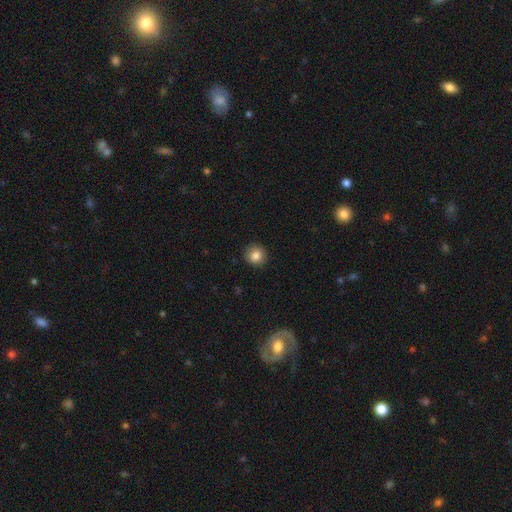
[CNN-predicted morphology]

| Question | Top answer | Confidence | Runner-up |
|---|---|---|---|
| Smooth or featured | smooth | 85% | star or artifact (10%) |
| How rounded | round | 90% | in between (9%) |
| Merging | none | 89% | minor disturbance (8%) |